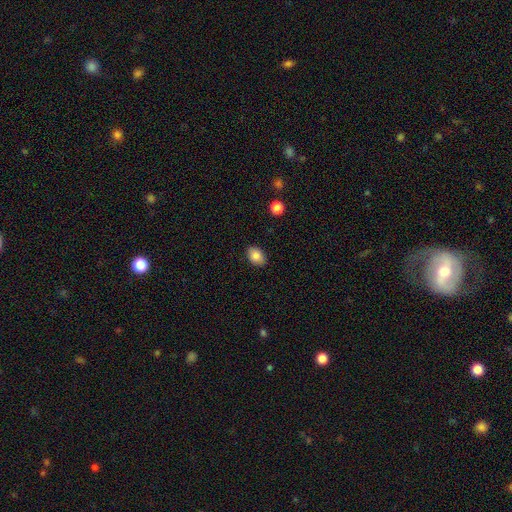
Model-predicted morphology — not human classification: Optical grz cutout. It shows a smooth galaxy with no disk features (86%) that is in between round and cigar-shaped (80%). Merging: none (88%).